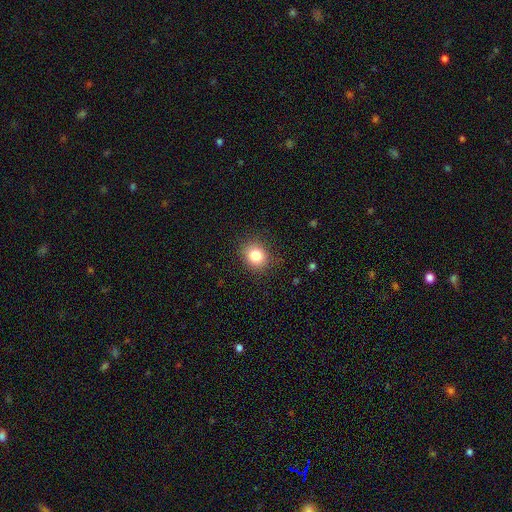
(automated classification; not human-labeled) Smooth or featured: smooth — 82% (star or artifact — 11%)
How rounded: round — 70% (in between — 29%)
Merging: none — 85% (minor disturbance — 11%)